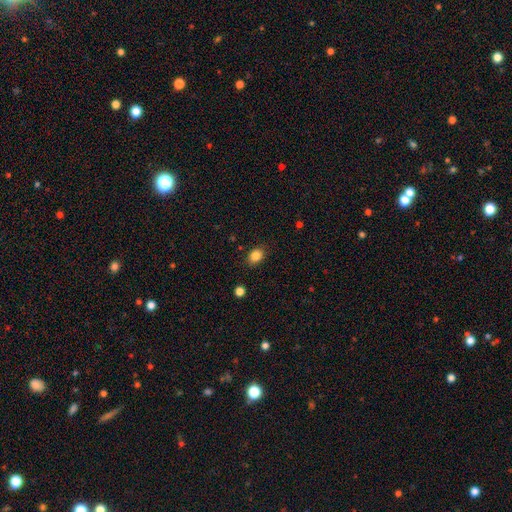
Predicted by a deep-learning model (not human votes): A smooth galaxy with no disk features (85%) that is in between round and cigar-shaped (63%). Merging: none (87%).